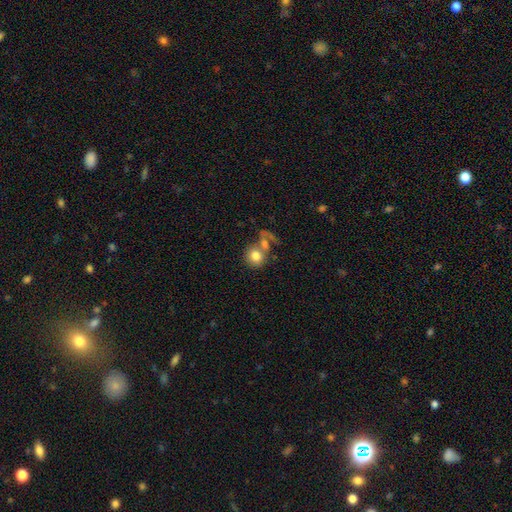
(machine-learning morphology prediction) This appears to be a smooth galaxy with no disk features (77%) that is round (74%). Merging: merger (45%).